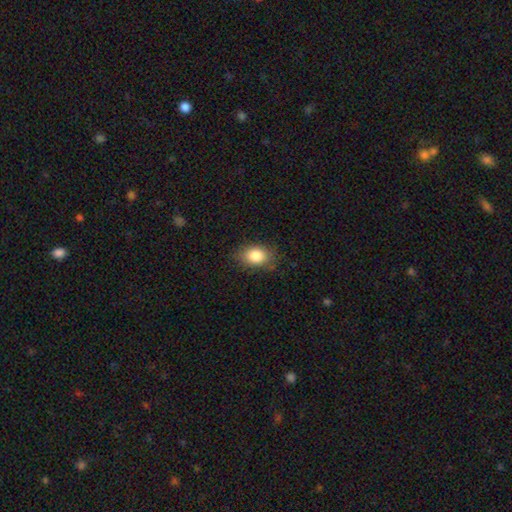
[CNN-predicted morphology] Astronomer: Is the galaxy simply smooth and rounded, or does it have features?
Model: smooth — 85%.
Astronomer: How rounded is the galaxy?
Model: in between — 78%.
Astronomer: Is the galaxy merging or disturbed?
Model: none — 78%.